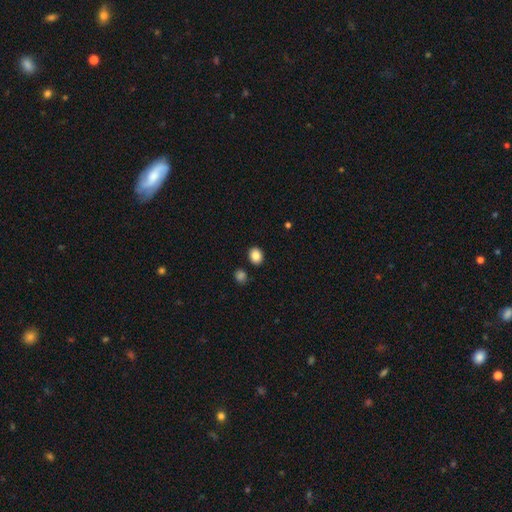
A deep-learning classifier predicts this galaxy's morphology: Q: Smooth or featured?
A: smooth (87%); runner-up: star or artifact (9%)
Q: How rounded?
A: round (54%); runner-up: in between (46%)
Q: Merging?
A: none (86%); runner-up: minor disturbance (8%)